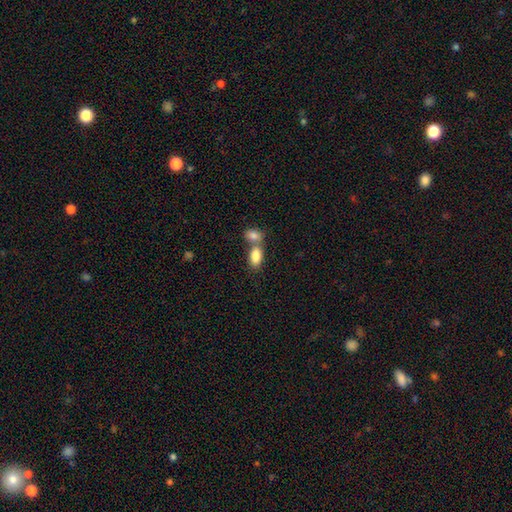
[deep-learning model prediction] Smooth or featured? Predicted: smooth (p=0.85). How rounded? Predicted: in between (p=0.90). Merging? Predicted: merger (p=0.51).